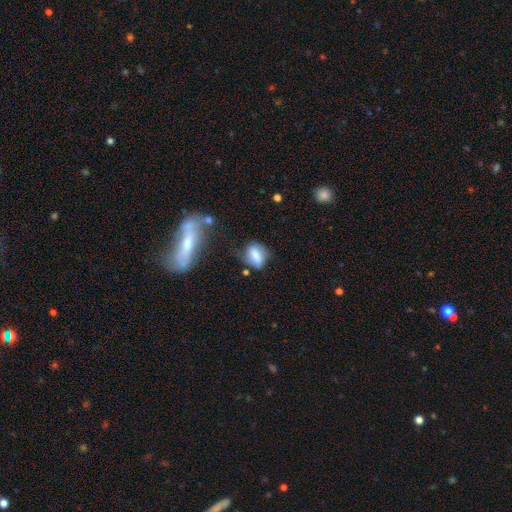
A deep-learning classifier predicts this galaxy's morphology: A smooth galaxy with no disk features (68%) that is in between round and cigar-shaped (73%). Merging: none (58%).